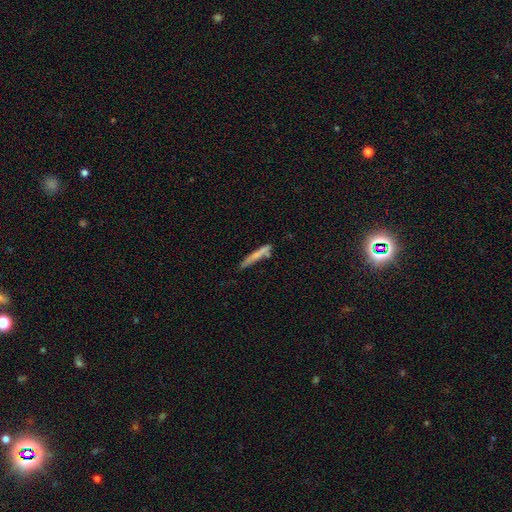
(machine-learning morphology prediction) Overall: smooth (62%; featured or disk 30%). How rounded: cigar-shaped (95%). Merging: none (71%).